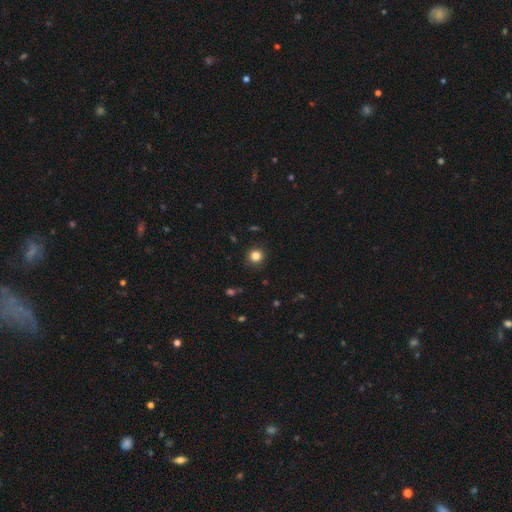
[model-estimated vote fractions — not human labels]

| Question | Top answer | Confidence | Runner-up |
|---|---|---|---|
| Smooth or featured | smooth | 83% | star or artifact (13%) |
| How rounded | round | 93% | in between (6%) |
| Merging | none | 90% | minor disturbance (7%) |